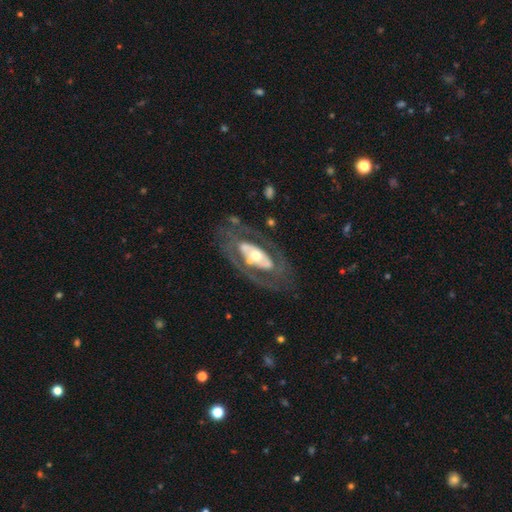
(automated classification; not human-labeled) Q: Smooth or featured?
A: featured or disk (75%); runner-up: smooth (20%)
Q: Edge-on disk?
A: no (89%); runner-up: yes (11%)
Q: Bar?
A: no (65%); runner-up: strong (17%)
Q: Spiral arms?
A: no (55%); runner-up: yes (45%)
Q: Bulge size?
A: moderate (58%); runner-up: small (26%)
Q: Merging?
A: none (67%); runner-up: minor disturbance (16%)